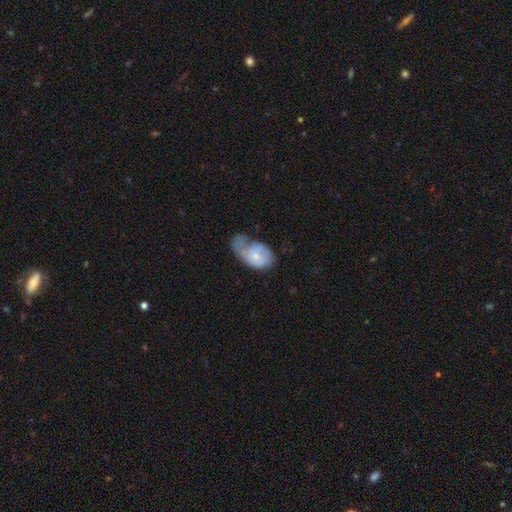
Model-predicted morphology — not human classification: This is possibly a smooth galaxy (53%). How rounded: clearly in between (87%). Merging: possibly major disturbance (46%).